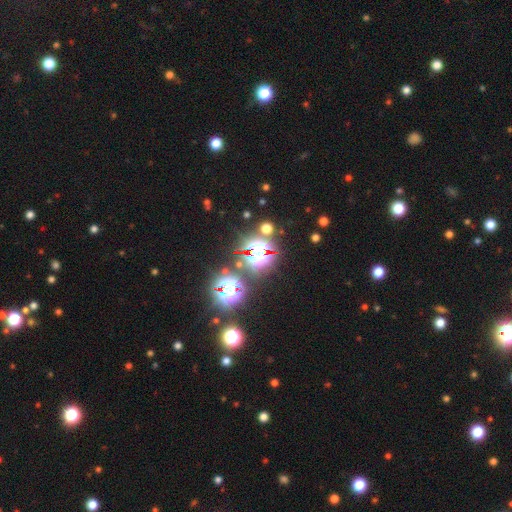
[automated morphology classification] Smooth or featured?
  - star or artifact: 82% *
  - smooth: 12%
  - featured or disk: 6%